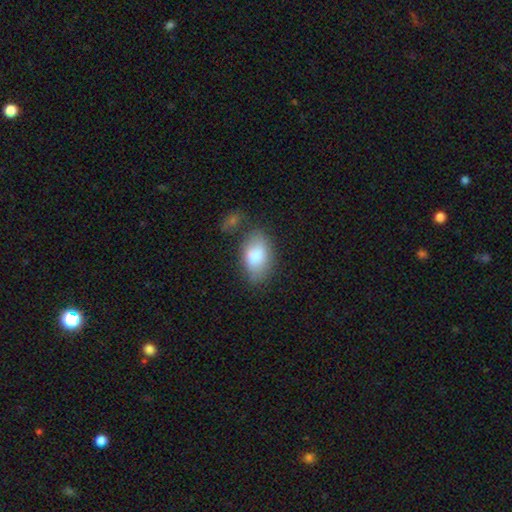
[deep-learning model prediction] Smooth or featured: smooth — 84% (featured or disk — 10%)
How rounded: in between — 91% (round — 7%)
Merging: none — 65% (minor disturbance — 20%)